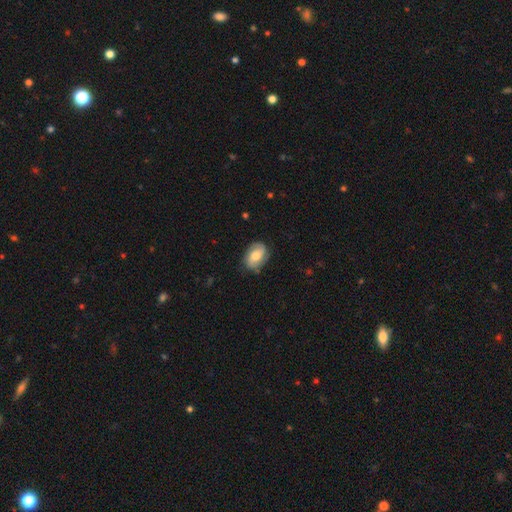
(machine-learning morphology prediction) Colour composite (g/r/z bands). It shows a featured or disk galaxy (51%). Merging: none (76%).